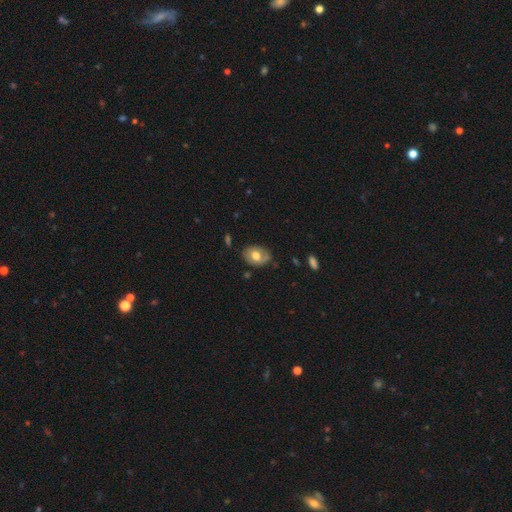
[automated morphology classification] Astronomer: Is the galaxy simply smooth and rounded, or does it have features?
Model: smooth — 60%.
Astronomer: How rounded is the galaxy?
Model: in between — 72%.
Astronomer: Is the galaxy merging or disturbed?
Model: none — 70%.